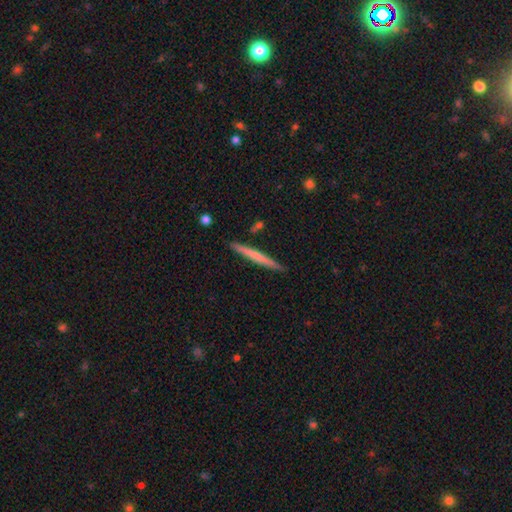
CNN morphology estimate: This is possibly a smooth galaxy (60%). How rounded: clearly cigar-shaped (97%). Merging: clearly none (90%).